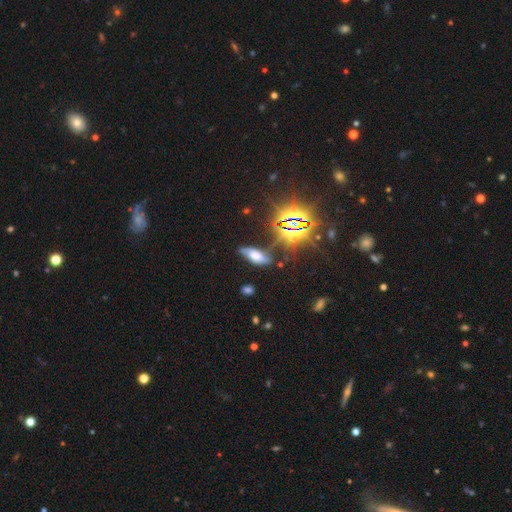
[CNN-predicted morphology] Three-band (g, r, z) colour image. It shows a smooth galaxy with no disk features (43%). Merging: none (51%).